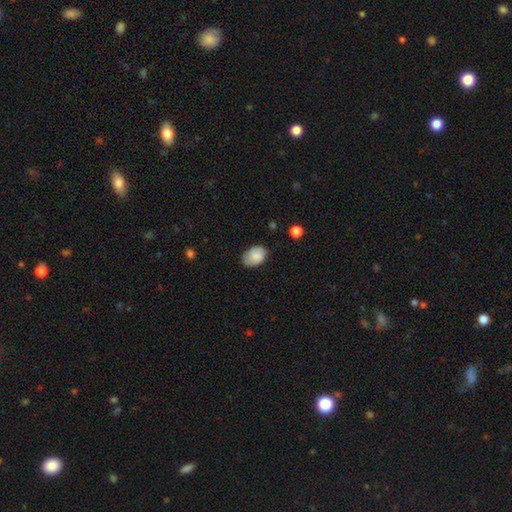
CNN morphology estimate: Smooth or featured: smooth — 83% (featured or disk — 10%)
How rounded: in between — 81% (round — 18%)
Merging: none — 72% (minor disturbance — 22%)